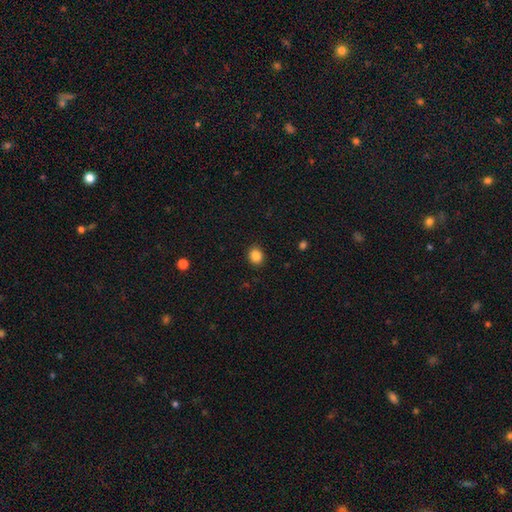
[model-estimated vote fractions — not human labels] smooth 86%, star or artifact 10%, featured or disk 4%. Down the decision tree: how rounded — round (70%); merging — none (90%).